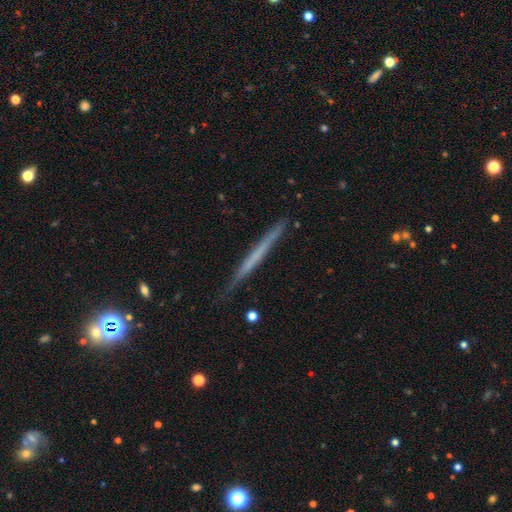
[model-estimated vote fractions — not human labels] Smooth or featured?
  - featured or disk: 52% *
  - smooth: 42%
  - star or artifact: 6%
Edge-on disk?
  - yes: 97% *
  - no: 3%
Edge-on bulge?
  - none: 91% *
  - rounded: 5%
  - boxy: 4%
Merging?
  - none: 86% *
  - minor disturbance: 11%
  - major disturbance: 2%
  - merger: 1%